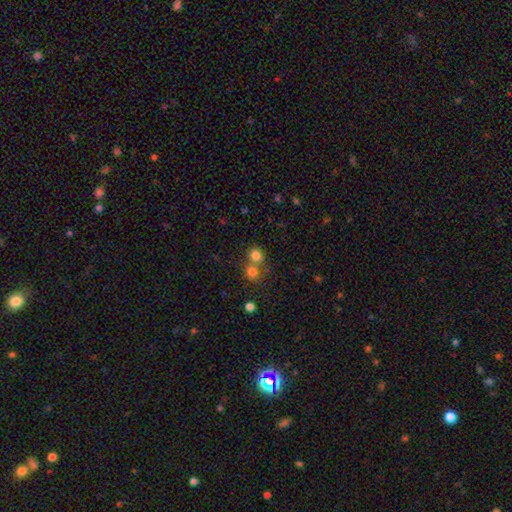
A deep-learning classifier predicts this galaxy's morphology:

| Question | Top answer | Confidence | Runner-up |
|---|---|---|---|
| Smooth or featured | smooth | 79% | star or artifact (13%) |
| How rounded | round | 82% | in between (17%) |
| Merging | none | 48% | merger (42%) |